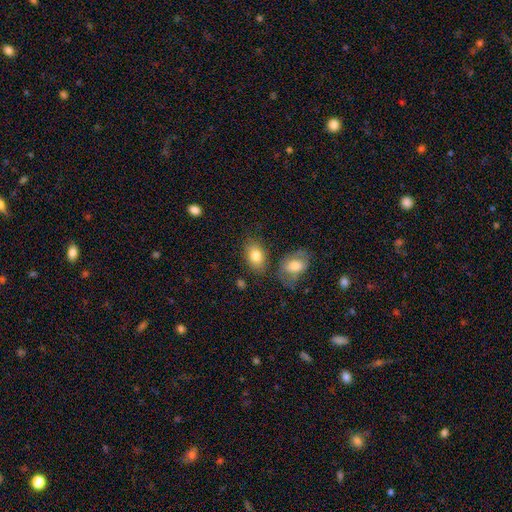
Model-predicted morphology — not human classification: Smooth or featured?
  - smooth: 81% *
  - featured or disk: 11%
  - star or artifact: 8%
How rounded?
  - in between: 83% *
  - round: 16%
  - cigar-shaped: 1%
Merging?
  - none: 71% *
  - minor disturbance: 14%
  - merger: 11%
  - major disturbance: 4%